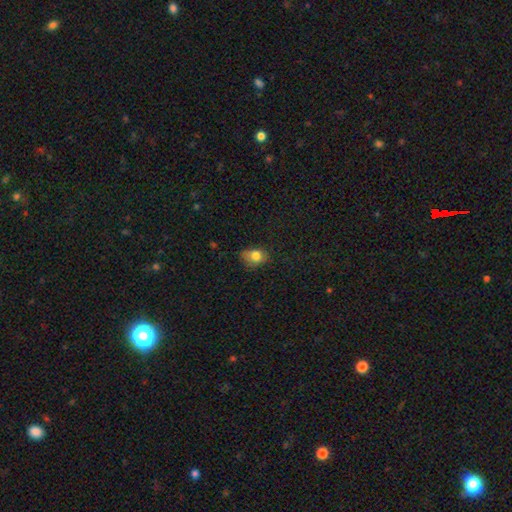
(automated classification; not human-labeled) A smooth galaxy with no disk features (80%) that is in between round and cigar-shaped (58%).

Vote fractions:
- Smooth or featured? smooth: 80% / star or artifact: 11% / featured or disk: 9%
- How rounded? in between: 58% / round: 40% / cigar-shaped: 1%
- Merging? none: 55% / minor disturbance: 33% / major disturbance: 10% / merger: 2%